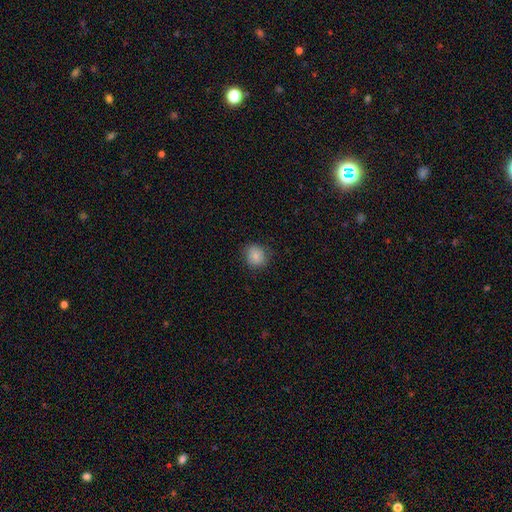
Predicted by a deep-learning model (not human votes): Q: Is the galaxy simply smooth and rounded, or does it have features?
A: smooth — 79%.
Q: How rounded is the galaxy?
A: round — 81%.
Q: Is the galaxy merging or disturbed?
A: none — 81%.